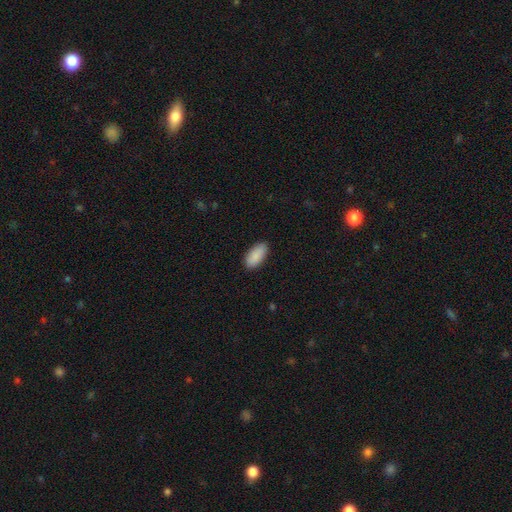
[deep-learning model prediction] Q: Smooth or featured?
A: smooth (91%); runner-up: star or artifact (6%)
Q: How rounded?
A: in between (92%); runner-up: cigar-shaped (6%)
Q: Merging?
A: none (88%); runner-up: minor disturbance (9%)